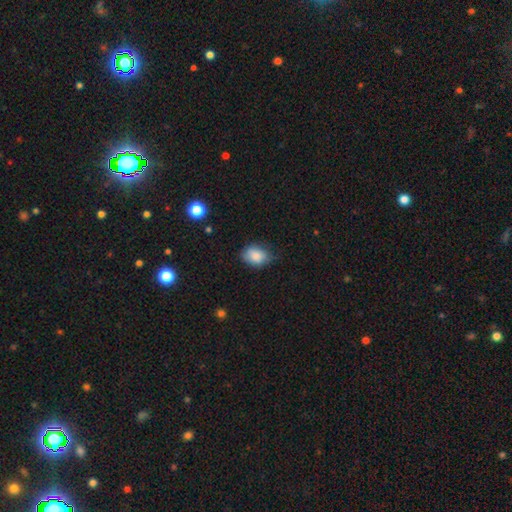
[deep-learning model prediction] The model was most divided on "merging": none: 60%, minor disturbance: 32%, major disturbance: 7%, merger: 2%. More confident: smooth or featured — smooth (84%); how rounded — in between (70%).